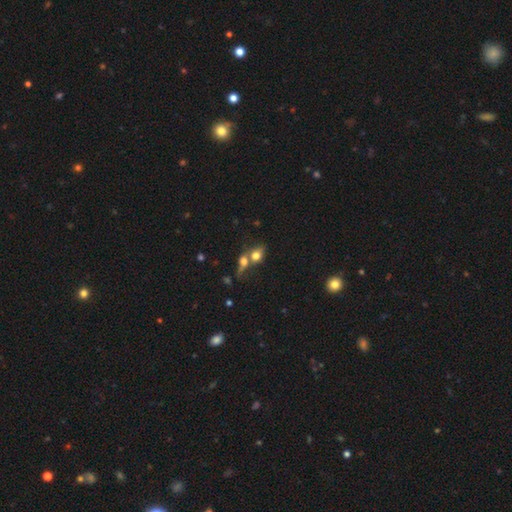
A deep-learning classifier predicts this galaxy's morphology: Smooth or featured?
  - smooth: 71% *
  - featured or disk: 17%
  - star or artifact: 11%
How rounded?
  - in between: 49% *
  - round: 47%
  - cigar-shaped: 4%
Merging?
  - merger: 64% *
  - none: 23%
  - minor disturbance: 7%
  - major disturbance: 6%